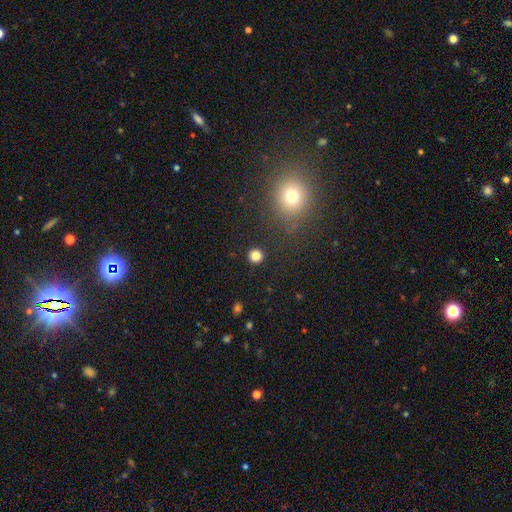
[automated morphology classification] A smooth galaxy with no disk features (83%) that is round (93%). Merging: none (91%).